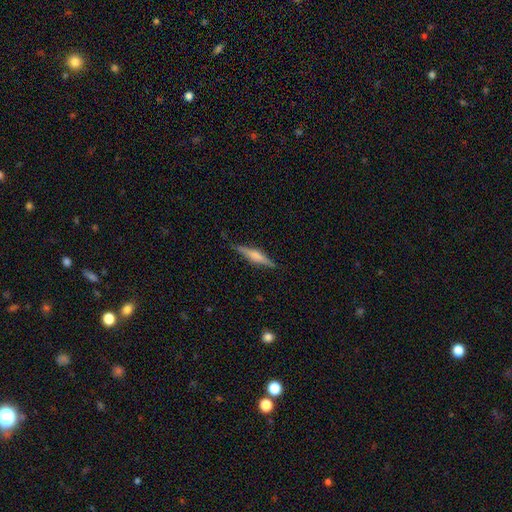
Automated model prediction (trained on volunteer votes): Smooth or featured? featured or disk (58%)
Edge-on disk? yes (97%)
Edge-on bulge? rounded (61%)
Merging? none (85%)